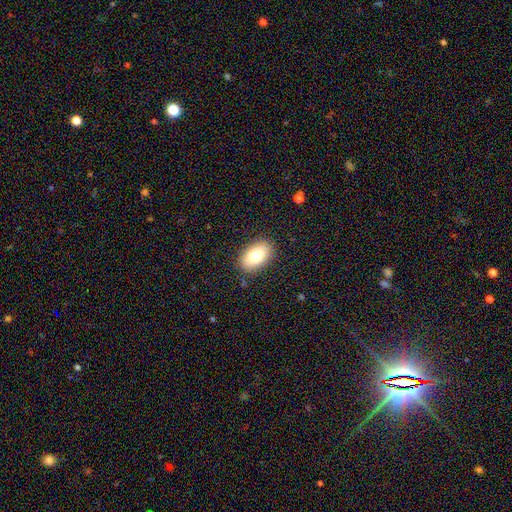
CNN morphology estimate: type=smooth (78%); roundness=in between (91%); merging=none (87%).